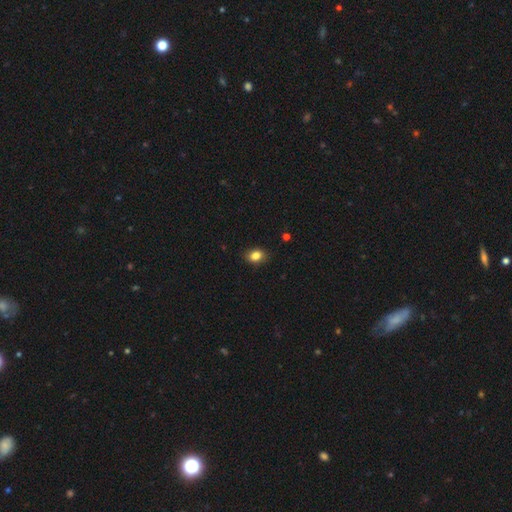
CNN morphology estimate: type=smooth (84%); roundness=in between (64%); merging=none (86%).